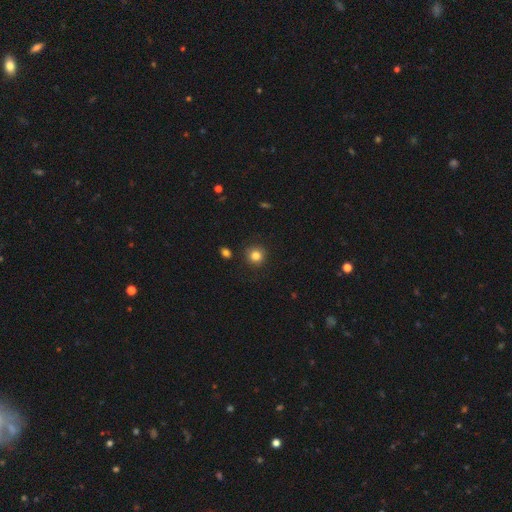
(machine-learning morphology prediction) smooth 83%, star or artifact 12%, featured or disk 6%. Down the decision tree: how rounded — round (93%); merging — none (90%).